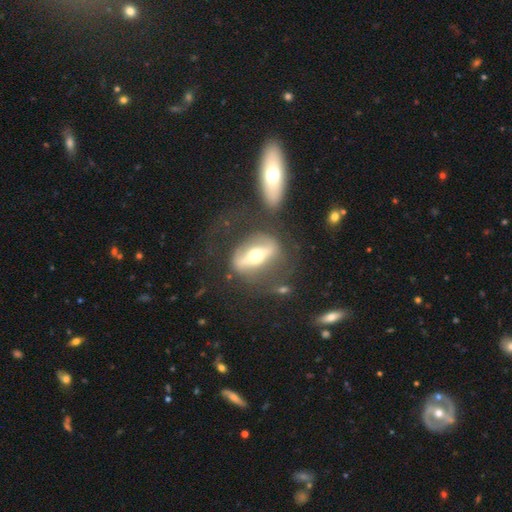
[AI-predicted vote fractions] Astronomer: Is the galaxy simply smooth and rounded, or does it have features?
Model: featured or disk — 71%.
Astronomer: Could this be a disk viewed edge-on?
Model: no — 72%.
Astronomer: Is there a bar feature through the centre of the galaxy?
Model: strong — 70%.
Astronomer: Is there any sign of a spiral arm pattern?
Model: no — 54% (runner-up: yes, 46%).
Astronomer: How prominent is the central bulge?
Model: moderate — 68%.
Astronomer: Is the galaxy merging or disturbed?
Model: none — 49%.